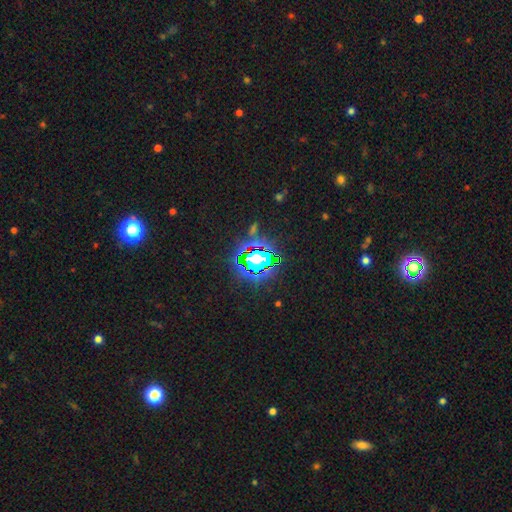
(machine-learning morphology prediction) Smooth or featured? star or artifact (83%)